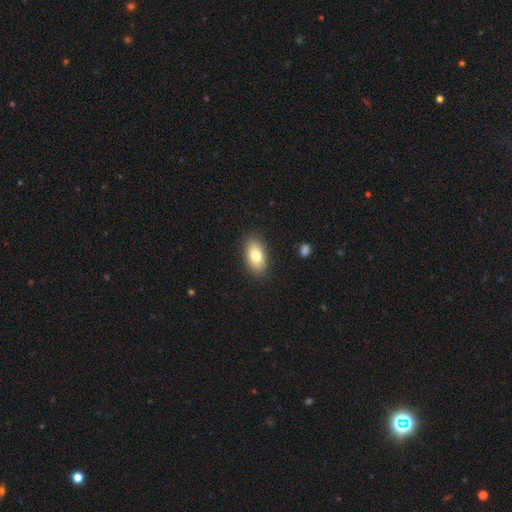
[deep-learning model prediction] Smooth or featured? Predicted: smooth (p=0.79). How rounded? Predicted: in between (p=0.91). Merging? Predicted: none (p=0.87).